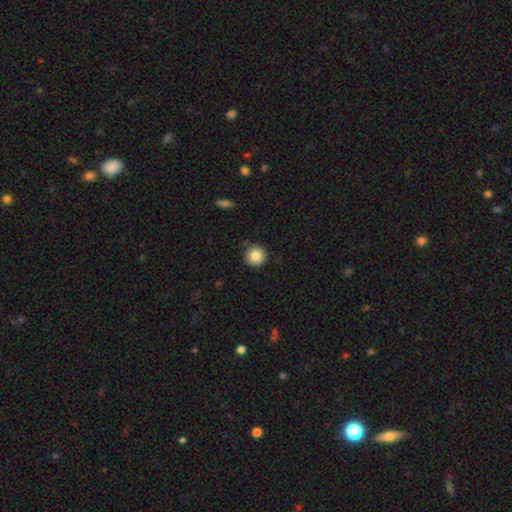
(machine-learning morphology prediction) Overall: smooth (84%). How rounded: round (95%). Merging: none (90%).